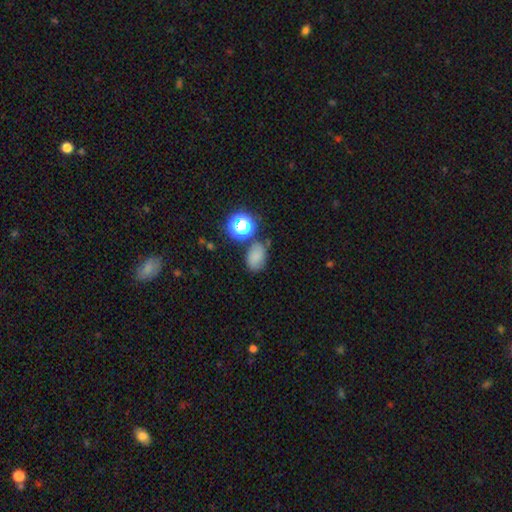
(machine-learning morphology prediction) A smooth galaxy with no disk features (73%) that is in between round and cigar-shaped (75%). Merging: none (63%).